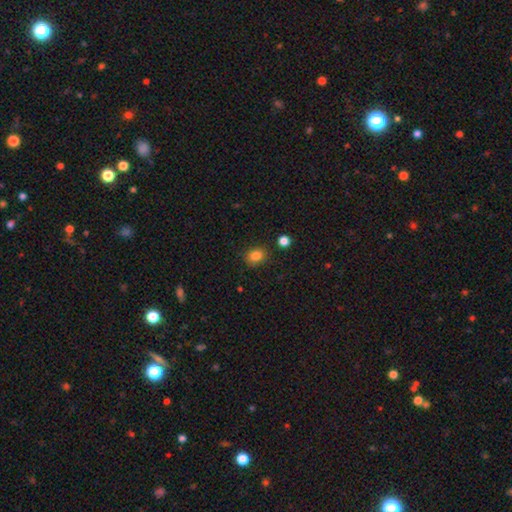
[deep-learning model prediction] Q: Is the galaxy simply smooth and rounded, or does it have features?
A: smooth — 84%.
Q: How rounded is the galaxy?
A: round — 54%.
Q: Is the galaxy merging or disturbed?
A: none — 83%.